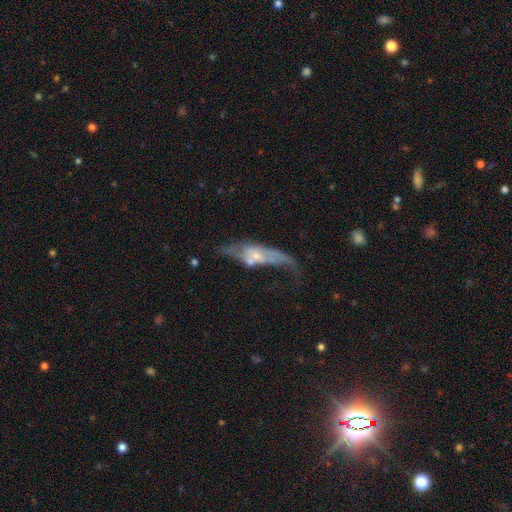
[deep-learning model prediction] This appears to be a featured or disk galaxy (62%). Merging: major disturbance (34%).